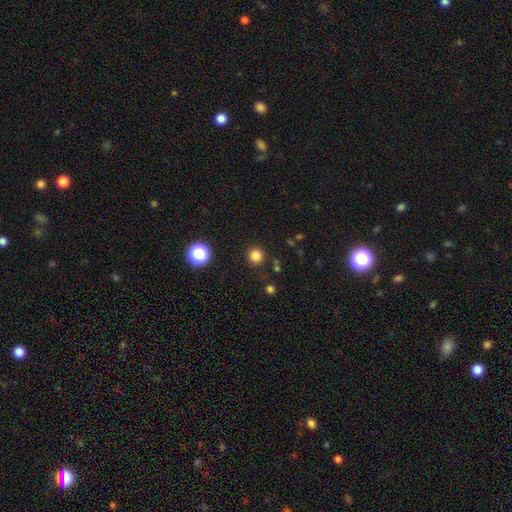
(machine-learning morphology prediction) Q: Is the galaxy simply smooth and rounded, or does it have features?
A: smooth — 82%.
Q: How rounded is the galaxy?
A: round — 95%.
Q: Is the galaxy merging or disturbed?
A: none — 90%.